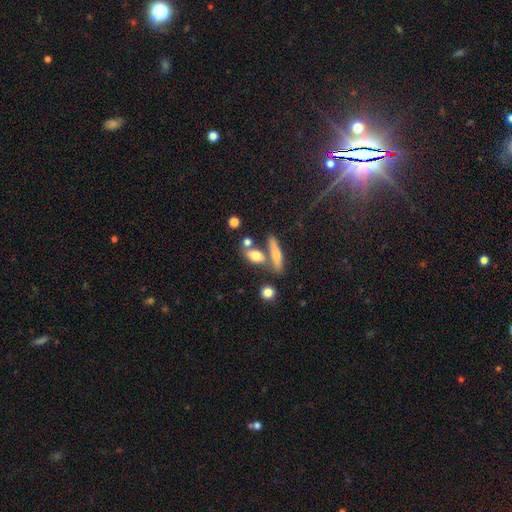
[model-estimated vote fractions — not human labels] smooth-or-featured: smooth: 68% | featured or disk: 23% | star or artifact: 9%
  how-rounded: in between: 67% | cigar-shaped: 21% | round: 12%
  merging: none: 53% | merger: 30% | minor disturbance: 12% | major disturbance: 5%